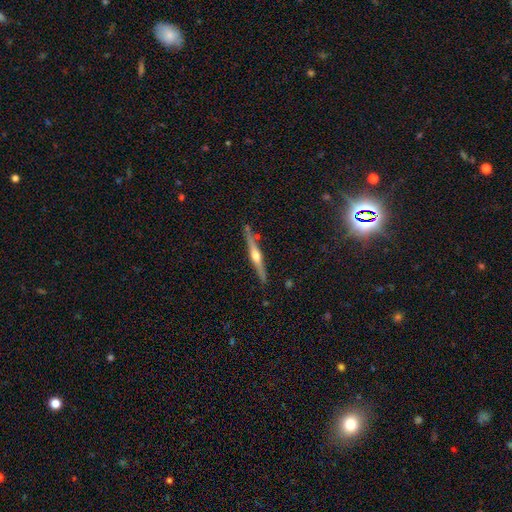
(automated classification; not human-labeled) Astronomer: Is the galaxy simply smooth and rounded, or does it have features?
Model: featured or disk — 73%.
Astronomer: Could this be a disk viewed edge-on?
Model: yes — 98%.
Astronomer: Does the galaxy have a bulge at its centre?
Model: rounded — 92%.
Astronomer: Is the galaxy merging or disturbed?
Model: none — 84%.